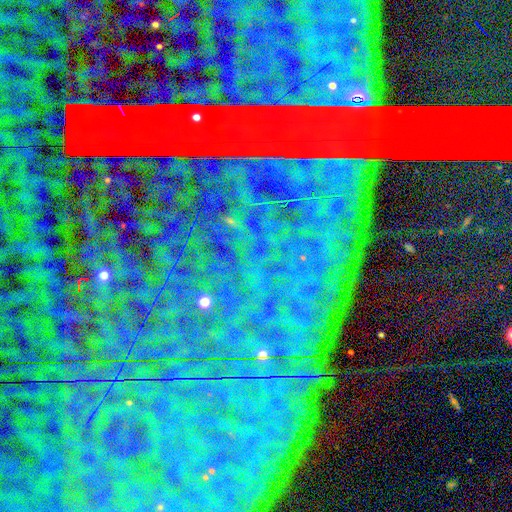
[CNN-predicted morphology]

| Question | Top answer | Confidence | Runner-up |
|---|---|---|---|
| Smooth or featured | star or artifact | 87% | featured or disk (7%) |